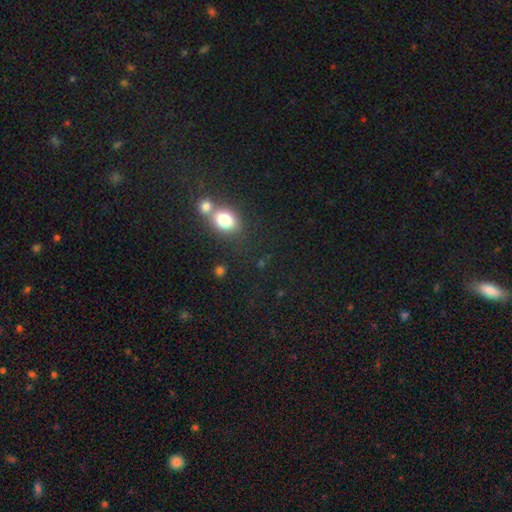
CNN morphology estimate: Q: Smooth or featured?
A: smooth (52%); runner-up: star or artifact (38%)
Q: How rounded?
A: round (76%); runner-up: in between (21%)
Q: Merging?
A: none (61%); runner-up: merger (22%)